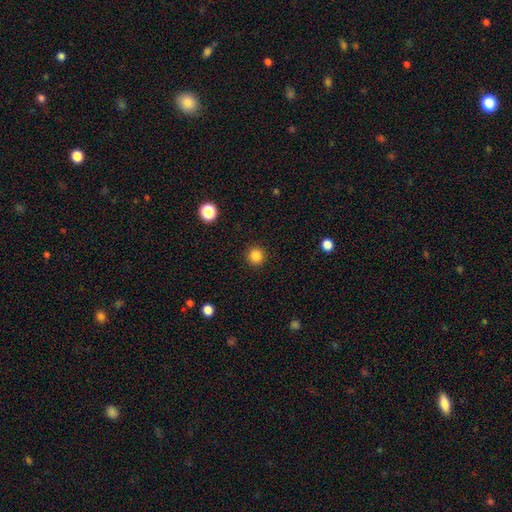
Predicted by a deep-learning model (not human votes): smooth 85%, star or artifact 11%, featured or disk 3%. Down the decision tree: how rounded — round (94%); merging — none (92%).